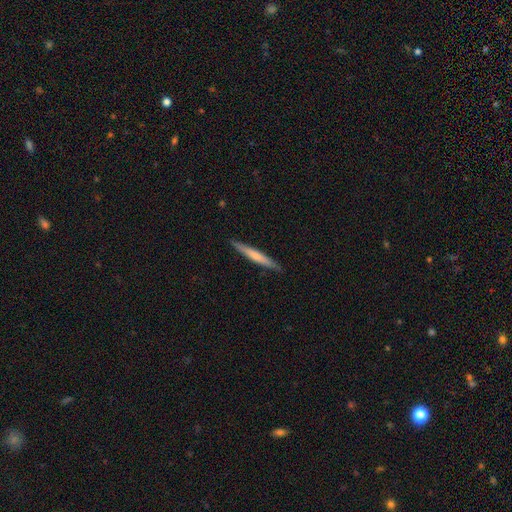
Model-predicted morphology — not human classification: A smooth galaxy with no disk features (55%) that is cigar-shaped (96%). Merging: none (90%).